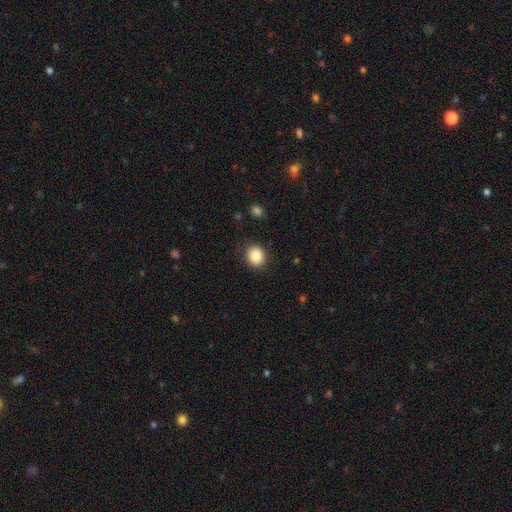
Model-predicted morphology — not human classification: A smooth galaxy with no disk features (86%) that is round (75%). Merging: none (87%).